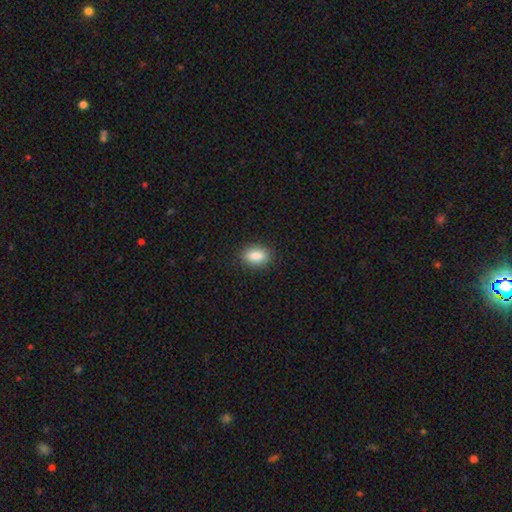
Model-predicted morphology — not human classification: smooth 88%, star or artifact 8%, featured or disk 5%. Down the decision tree: how rounded — in between (86%); merging — none (87%).